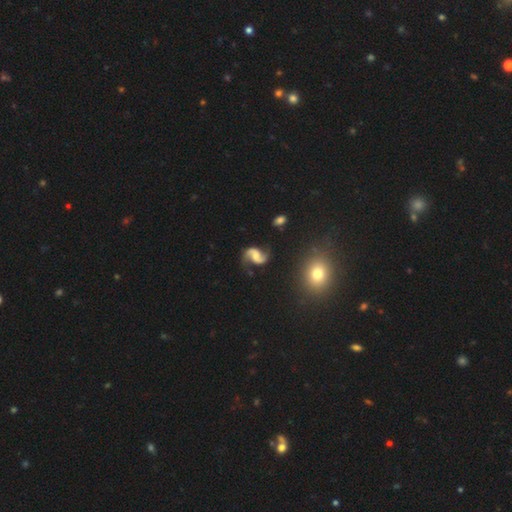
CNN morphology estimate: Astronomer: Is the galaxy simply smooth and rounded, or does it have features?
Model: featured or disk — 89%.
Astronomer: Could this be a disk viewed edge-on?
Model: no — 98%.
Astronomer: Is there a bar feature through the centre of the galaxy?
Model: weak — 43% (runner-up: no, 40%).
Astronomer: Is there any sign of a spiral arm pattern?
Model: yes — 97%.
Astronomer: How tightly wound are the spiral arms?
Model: loose — 61%.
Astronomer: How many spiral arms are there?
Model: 2 — 93%.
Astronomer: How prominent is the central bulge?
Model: small — 35% (runner-up: moderate, 31%).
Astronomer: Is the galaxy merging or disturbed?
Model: none — 76%.